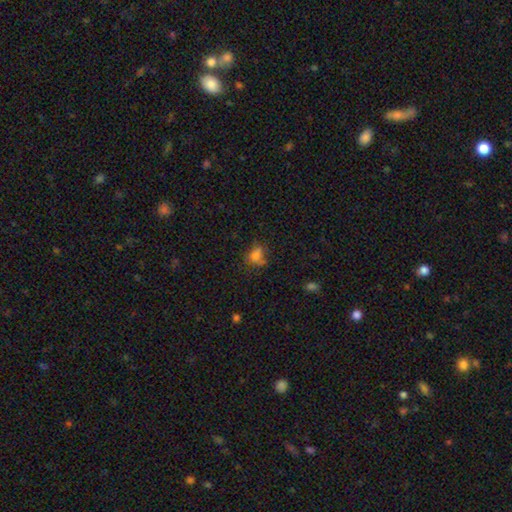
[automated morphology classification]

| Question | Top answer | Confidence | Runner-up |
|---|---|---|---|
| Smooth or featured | smooth | 72% | star or artifact (16%) |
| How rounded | round | 61% | in between (38%) |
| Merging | none | 53% | minor disturbance (23%) |